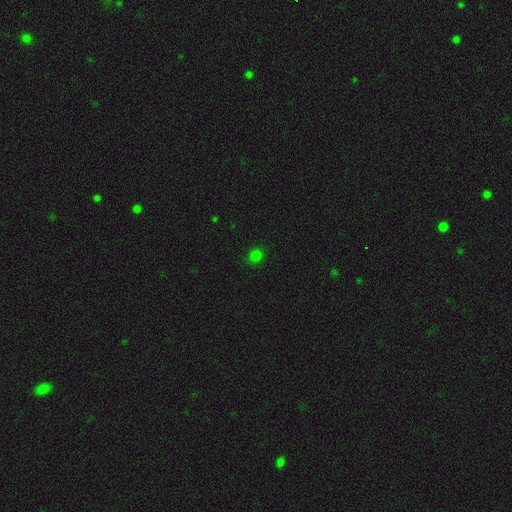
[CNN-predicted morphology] Smooth or featured?
  - smooth: 77% *
  - star or artifact: 20%
  - featured or disk: 3%
How rounded?
  - round: 84% *
  - in between: 15%
  - cigar-shaped: 1%
Merging?
  - none: 90% *
  - minor disturbance: 7%
  - major disturbance: 2%
  - merger: 1%